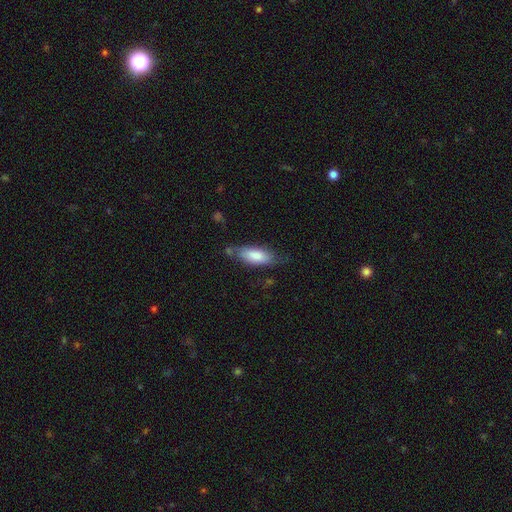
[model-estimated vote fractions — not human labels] A smooth galaxy with no disk features (76%) that is in between round and cigar-shaped (73%). Merging: none (59%).